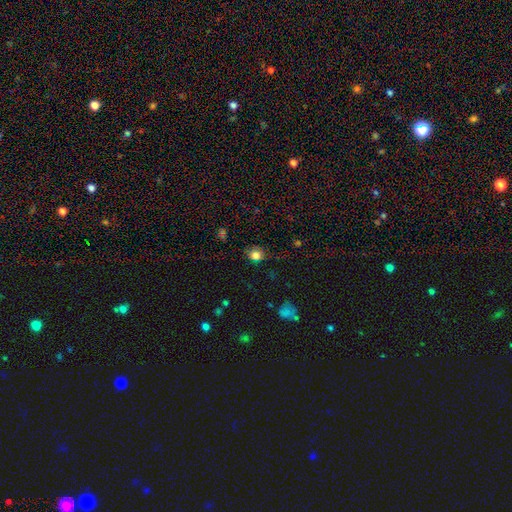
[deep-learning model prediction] A smooth galaxy with no disk features (80%) that is round (75%).

Vote fractions:
- Smooth or featured? smooth: 80% / star or artifact: 15% / featured or disk: 6%
- How rounded? round: 75% / in between: 24% / cigar-shaped: 1%
- Merging? none: 77% / minor disturbance: 16% / major disturbance: 5% / merger: 2%